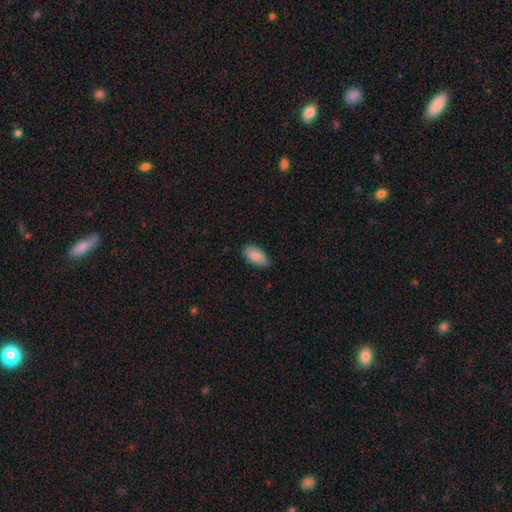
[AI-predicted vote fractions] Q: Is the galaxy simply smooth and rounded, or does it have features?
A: smooth — 87%.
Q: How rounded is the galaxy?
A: in between — 93%.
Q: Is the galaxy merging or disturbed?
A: none — 71%.